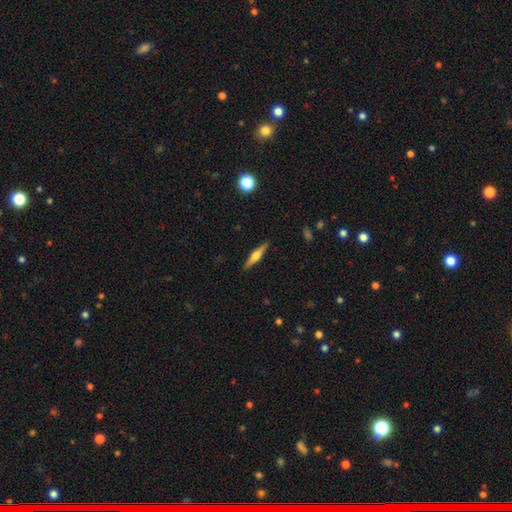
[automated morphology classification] This appears to be a featured or disk galaxy (62%) viewed edge-on (97%) with a rounded central bulge (88%). Merging: none (90%).